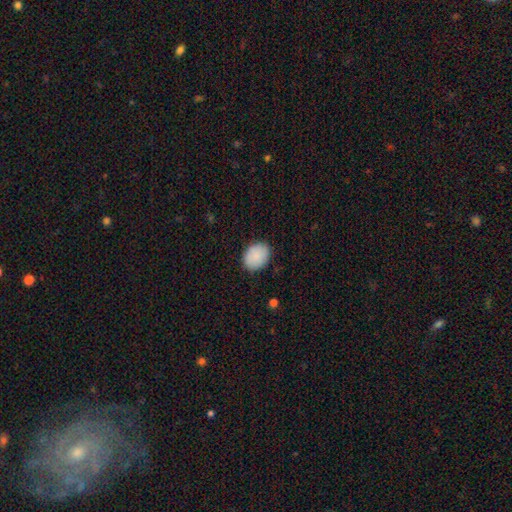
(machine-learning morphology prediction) This is clearly a smooth galaxy (89%). How rounded: likely in between (60%). Merging: clearly none (85%).